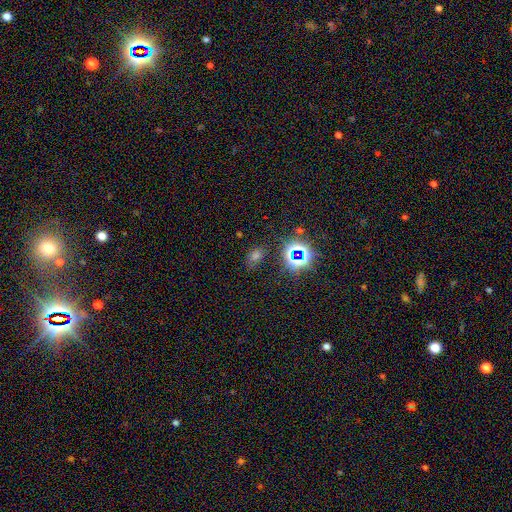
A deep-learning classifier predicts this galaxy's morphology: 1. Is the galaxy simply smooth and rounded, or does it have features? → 49% smooth, 42% star or artifact, 9% featured or disk.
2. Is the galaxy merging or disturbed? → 74% none, 15% minor disturbance, 6% major disturbance, 4% merger.